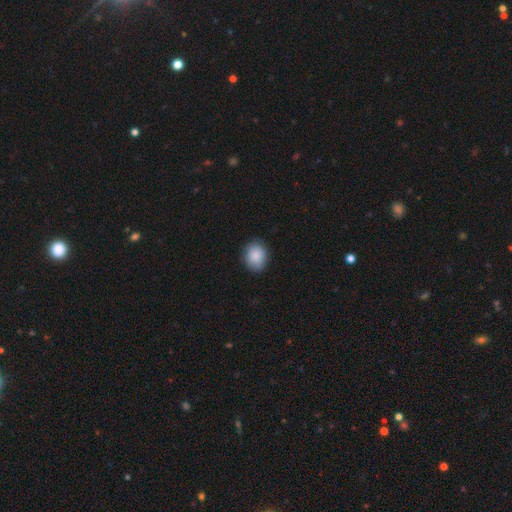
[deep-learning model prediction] This is clearly a smooth galaxy (87%). How rounded: possibly round (56%). Merging: clearly none (85%).